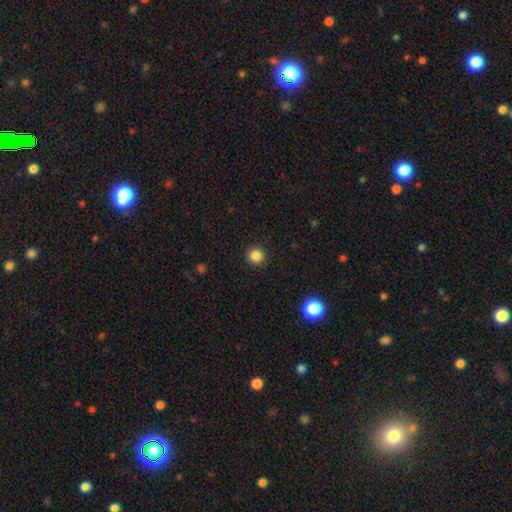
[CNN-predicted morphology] Overall: smooth (85%). How rounded: round (94%). Merging: none (92%).